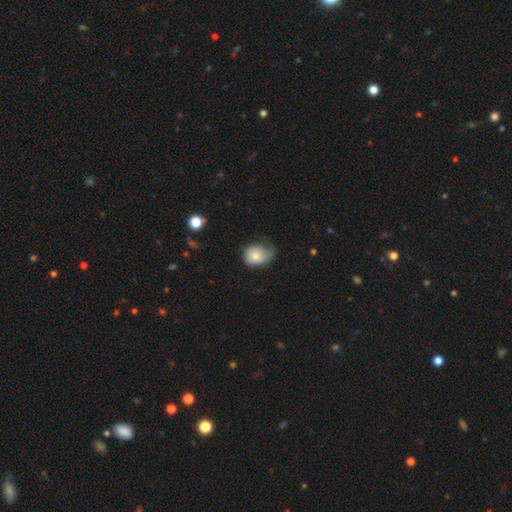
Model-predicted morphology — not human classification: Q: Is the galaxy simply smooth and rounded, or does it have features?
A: smooth — 78%.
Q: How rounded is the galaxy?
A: in between — 57%.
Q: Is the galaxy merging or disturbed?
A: minor disturbance — 45%.